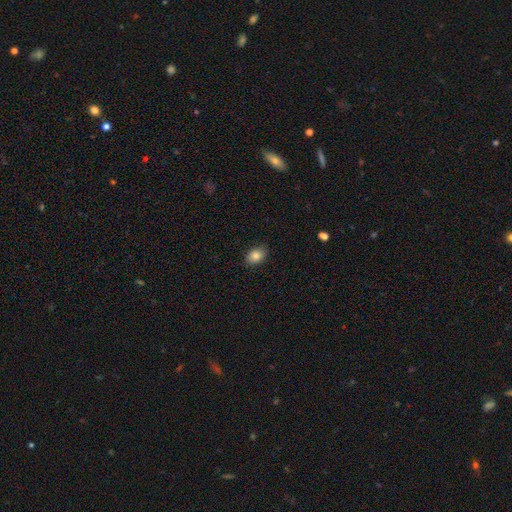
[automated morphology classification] Q: Smooth or featured?
A: smooth (84%); runner-up: star or artifact (9%)
Q: How rounded?
A: in between (79%); runner-up: round (20%)
Q: Merging?
A: none (87%); runner-up: minor disturbance (10%)